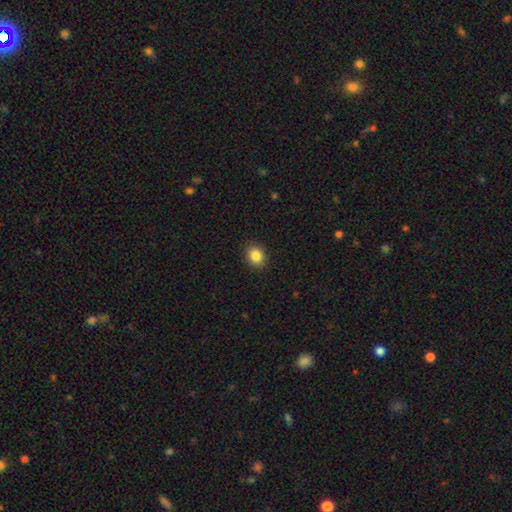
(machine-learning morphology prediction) This appears to be a smooth galaxy with no disk features (86%) that is round (63%). Merging: none (90%).